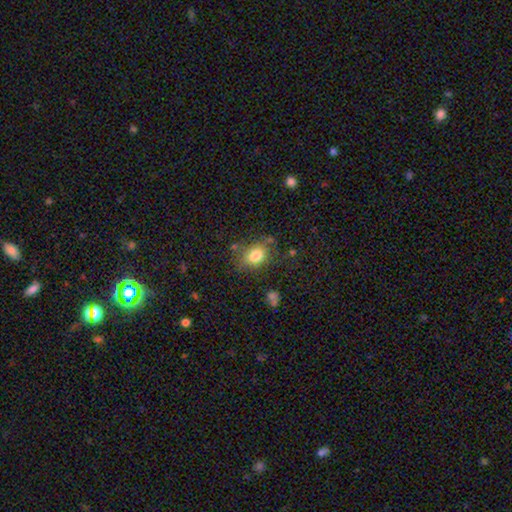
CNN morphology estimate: type=smooth (80%); roundness=in between (61%); merging=none (69%).